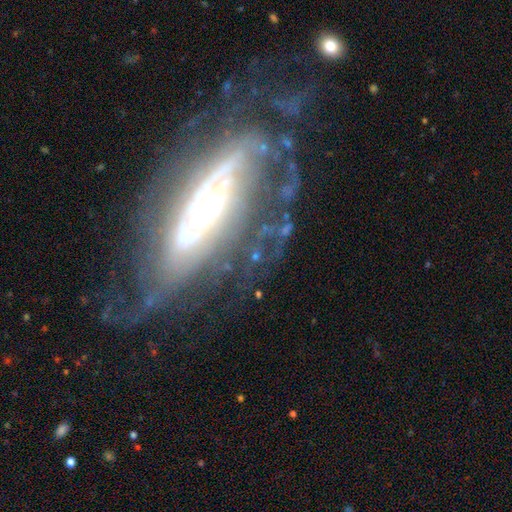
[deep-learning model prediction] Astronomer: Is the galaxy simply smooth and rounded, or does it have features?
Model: featured or disk — 82%.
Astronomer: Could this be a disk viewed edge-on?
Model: no — 81%.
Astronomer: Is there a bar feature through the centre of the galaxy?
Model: no — 36% (runner-up: strong, 35%).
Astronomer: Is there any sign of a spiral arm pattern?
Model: yes — 87%.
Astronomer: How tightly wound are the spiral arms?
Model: tight — 57%.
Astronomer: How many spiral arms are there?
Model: can't tell — 36% (runner-up: 2, 31%).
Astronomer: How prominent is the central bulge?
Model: moderate — 49% (runner-up: small, 25%).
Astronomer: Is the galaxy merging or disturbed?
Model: none — 60%.